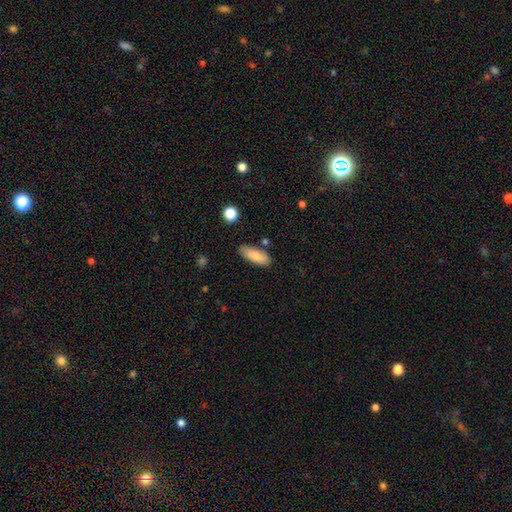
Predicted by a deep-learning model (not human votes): Overall: smooth (83%). How rounded: in between (71%). Merging: none (80%).